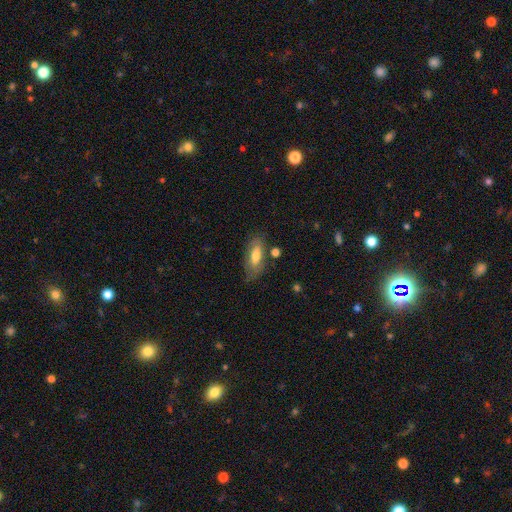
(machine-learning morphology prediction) type=smooth (62%); roundness=in between (77%); merging=none (69%).